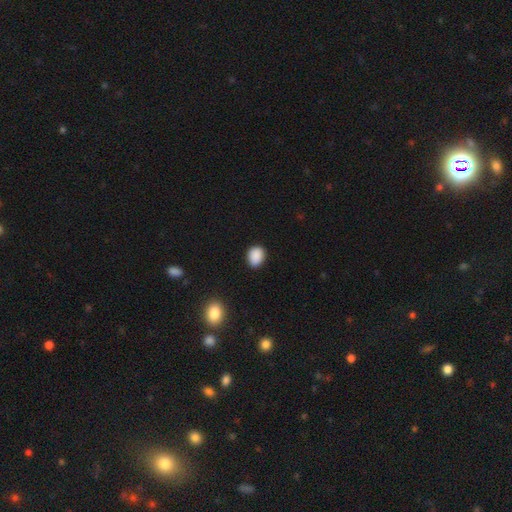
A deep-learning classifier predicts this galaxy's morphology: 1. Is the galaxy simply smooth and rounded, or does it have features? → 88% smooth, 9% star or artifact, 3% featured or disk.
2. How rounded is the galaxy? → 55% in between, 44% round, 1% cigar-shaped.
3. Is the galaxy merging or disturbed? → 84% none, 12% minor disturbance, 2% major disturbance, 1% merger.